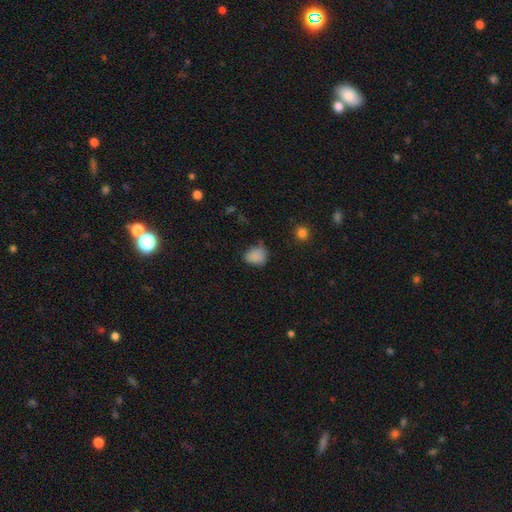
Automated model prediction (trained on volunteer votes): This is clearly a smooth galaxy (83%). How rounded: possibly in between (55%). Merging: possibly none (56%).